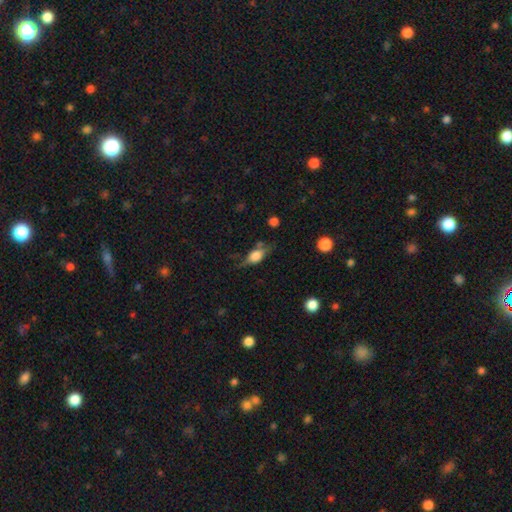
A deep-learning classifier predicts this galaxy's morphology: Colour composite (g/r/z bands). It shows a smooth galaxy with no disk features (56%) that is in between round and cigar-shaped (74%). Merging: none (58%).